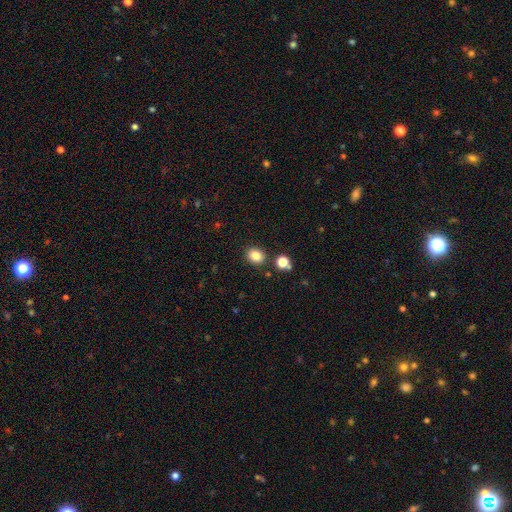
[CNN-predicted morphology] Smooth or featured? Predicted: smooth (p=0.84). How rounded? Predicted: round (p=0.59). Merging? Predicted: none (p=0.85).